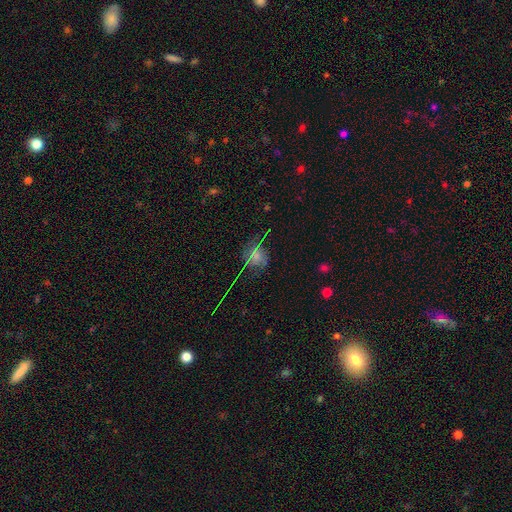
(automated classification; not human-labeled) Q: Smooth or featured?
A: smooth (44%); runner-up: star or artifact (32%)
Q: Merging?
A: none (56%); runner-up: minor disturbance (22%)